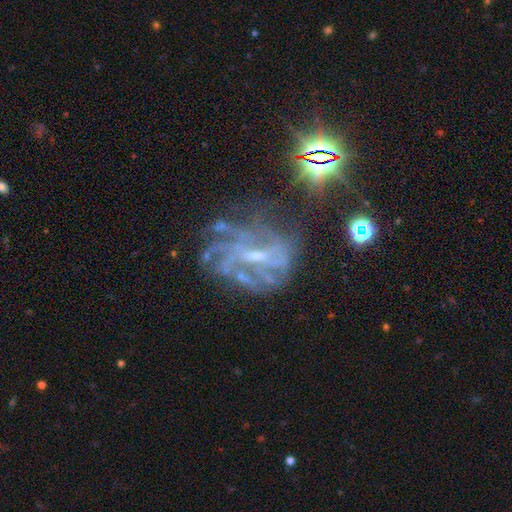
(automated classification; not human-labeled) Q: Smooth or featured?
A: featured or disk (69%); runner-up: star or artifact (22%)
Q: Edge-on disk?
A: no (97%); runner-up: yes (3%)
Q: Bar?
A: weak (46%); runner-up: no (36%)
Q: Spiral arms?
A: yes (74%); runner-up: no (26%)
Q: Bulge size?
A: small (55%); runner-up: moderate (21%)
Q: Merging?
A: none (52%); runner-up: major disturbance (24%)